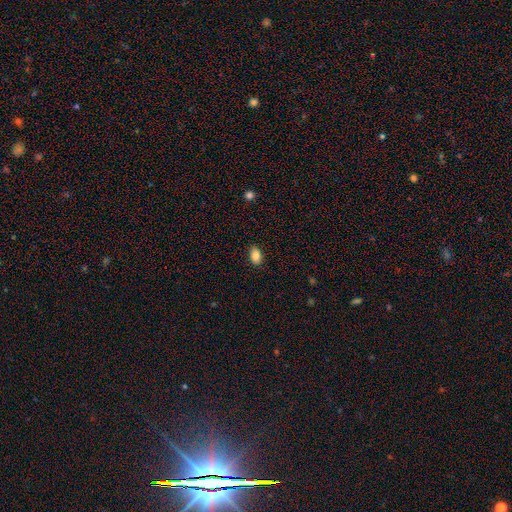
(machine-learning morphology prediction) Smooth or featured?
  - smooth: 85% *
  - star or artifact: 8%
  - featured or disk: 7%
How rounded?
  - in between: 89% *
  - round: 9%
  - cigar-shaped: 2%
Merging?
  - none: 87% *
  - minor disturbance: 10%
  - major disturbance: 2%
  - merger: 1%